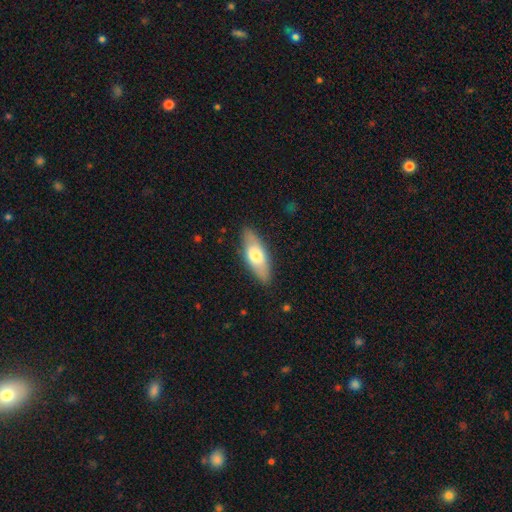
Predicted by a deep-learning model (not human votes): Smooth or featured? Predicted: smooth (p=0.63). How rounded? Predicted: in between (p=0.68). Merging? Predicted: none (p=0.86).